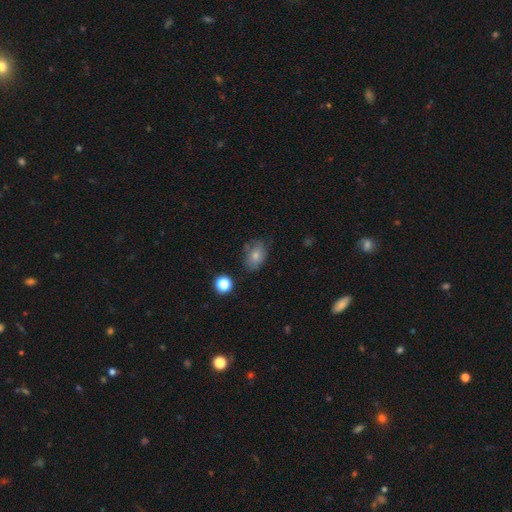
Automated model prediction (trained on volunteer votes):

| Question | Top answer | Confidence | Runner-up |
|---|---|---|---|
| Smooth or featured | smooth | 73% | featured or disk (16%) |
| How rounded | in between | 73% | round (25%) |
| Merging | none | 63% | minor disturbance (25%) |